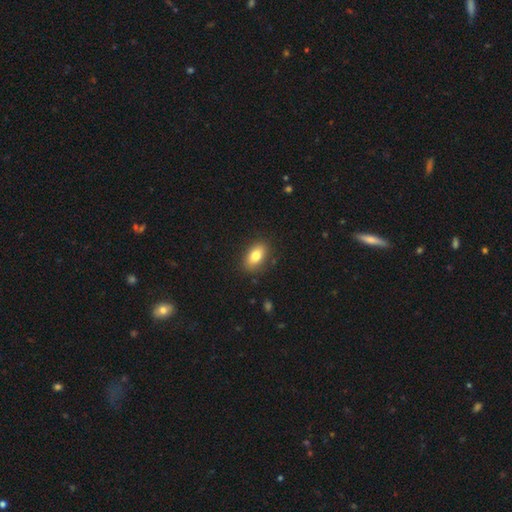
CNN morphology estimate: smooth_or_featured: smooth (p=0.80) [alt: featured or disk p=0.12]
how_rounded: in between (p=0.87) [alt: round p=0.09]
merging: none (p=0.86) [alt: minor disturbance p=0.10]